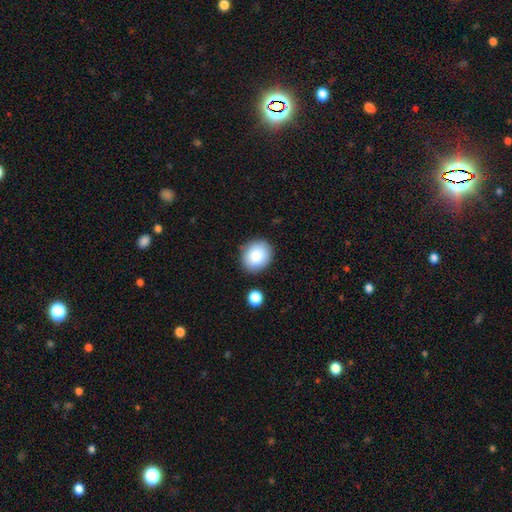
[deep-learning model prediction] This appears to be a smooth galaxy with no disk features (86%) that is round (57%). Merging: none (84%).